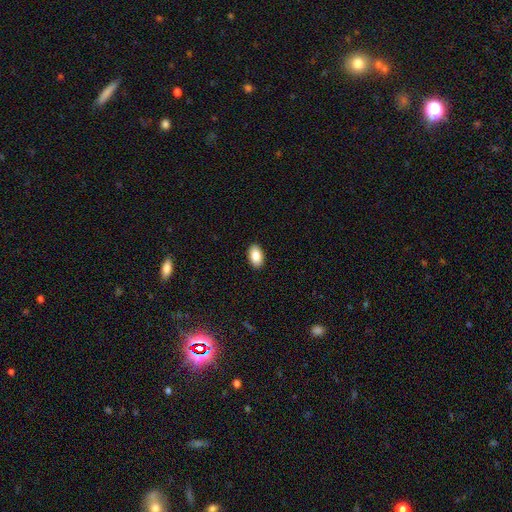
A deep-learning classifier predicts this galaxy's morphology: This appears to be a smooth galaxy with no disk features (86%) that is in between round and cigar-shaped (92%). Merging: none (91%).